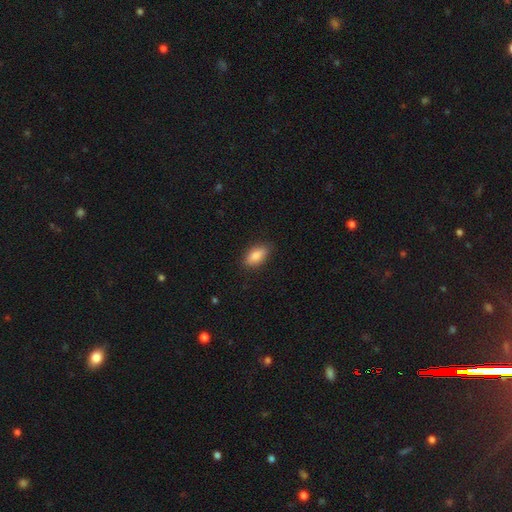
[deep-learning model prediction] This appears to be a smooth galaxy with no disk features (85%) that is in between round and cigar-shaped (86%). Merging: none (85%).